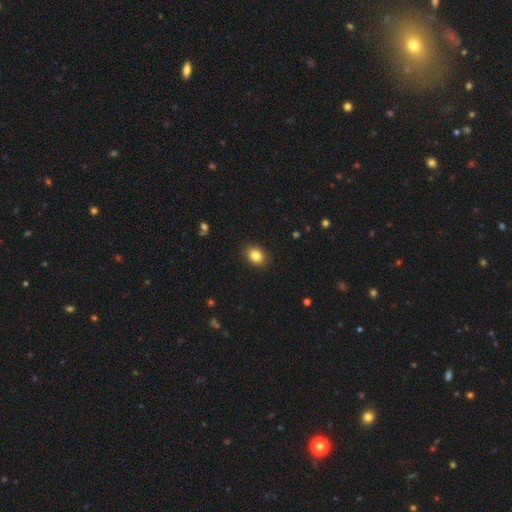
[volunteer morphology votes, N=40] Smooth or featured? smooth (98%)
How rounded? in between (67%)
Merging? none (90%)